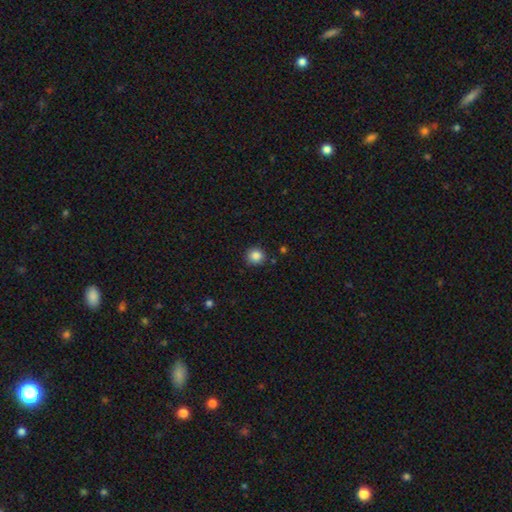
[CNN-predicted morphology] smooth-or-featured: smooth: 86% | star or artifact: 10% | featured or disk: 4%
  how-rounded: round: 92% | in between: 7% | cigar-shaped: 1%
  merging: none: 87% | minor disturbance: 9% | merger: 2% | major disturbance: 2%